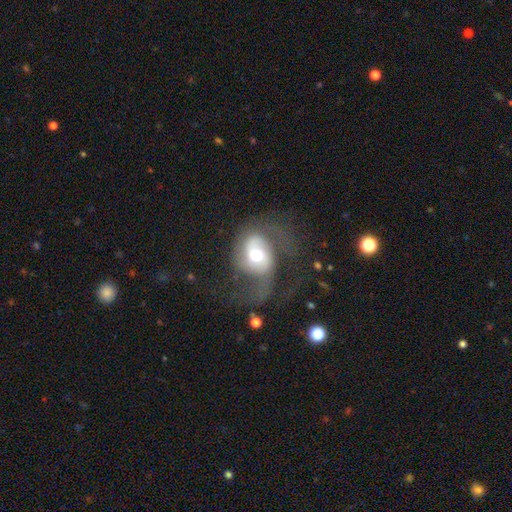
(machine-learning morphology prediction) featured or disk 61%, smooth 30%, star or artifact 8%. Down the decision tree: edge-on disk — no (96%); bar — no (57%); spiral arms — yes (79%); bulge size — moderate (67%); merging — major disturbance (42%).